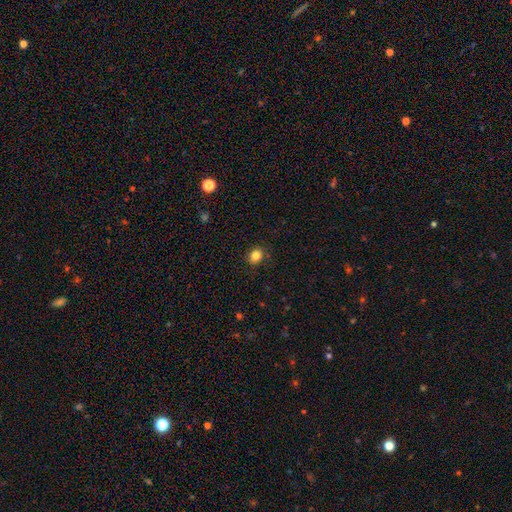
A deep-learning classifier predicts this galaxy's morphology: A smooth galaxy with no disk features (84%) that is round (64%). Merging: none (86%).